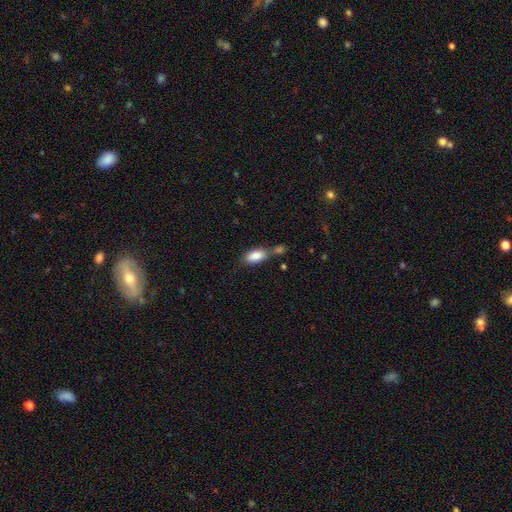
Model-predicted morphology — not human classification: Smooth or featured? Predicted: smooth (p=0.85). How rounded? Predicted: in between (p=0.90). Merging? Predicted: none (p=0.48).